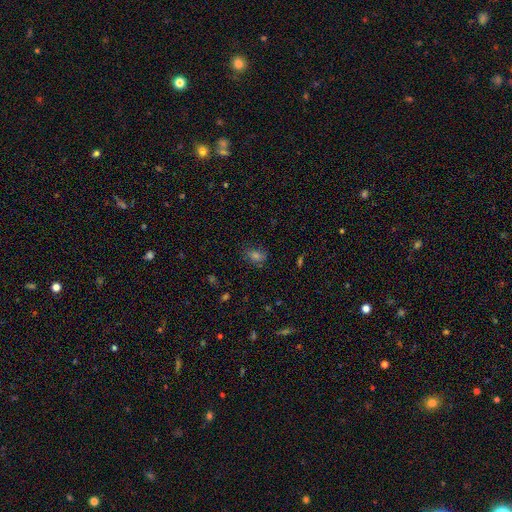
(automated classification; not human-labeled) The model was most divided on "how rounded": in between: 57%, round: 41%, cigar-shaped: 2%. More confident: merging — none (79%); smooth or featured — smooth (59%).